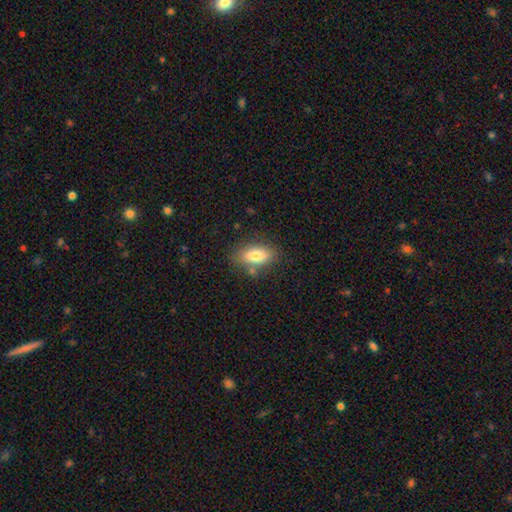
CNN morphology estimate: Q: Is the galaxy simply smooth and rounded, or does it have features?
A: smooth — 76%.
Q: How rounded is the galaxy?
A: in between — 81%.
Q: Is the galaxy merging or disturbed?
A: none — 77%.